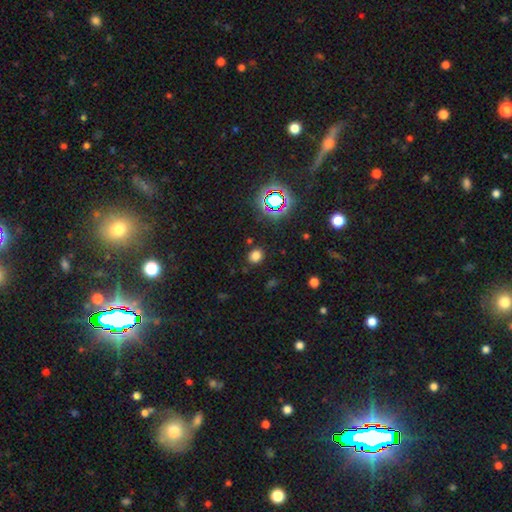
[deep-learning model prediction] smooth 74%, star or artifact 21%, featured or disk 5%. Down the decision tree: how rounded — round (75%); merging — none (86%).